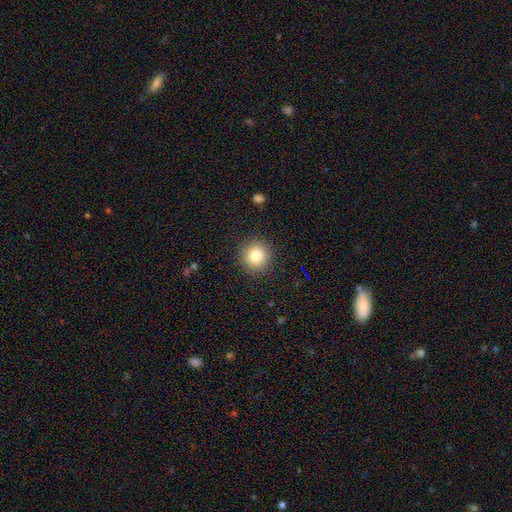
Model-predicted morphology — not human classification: A smooth galaxy with no disk features (82%) that is round (93%). Merging: none (90%).